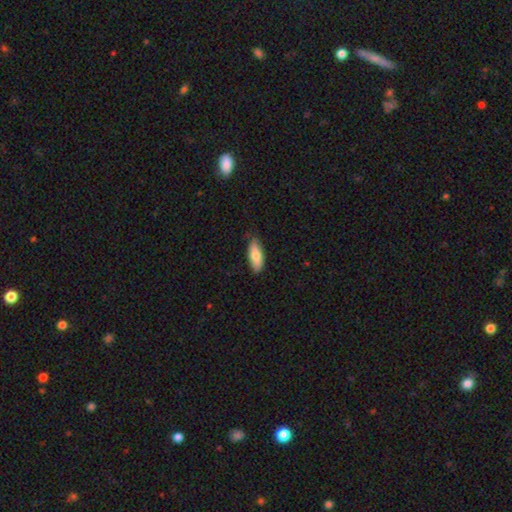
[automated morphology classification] Smooth or featured?
  - smooth: 77% *
  - featured or disk: 17%
  - star or artifact: 6%
How rounded?
  - in between: 69% *
  - cigar-shaped: 29%
  - round: 2%
Merging?
  - none: 79% *
  - minor disturbance: 17%
  - major disturbance: 2%
  - merger: 1%